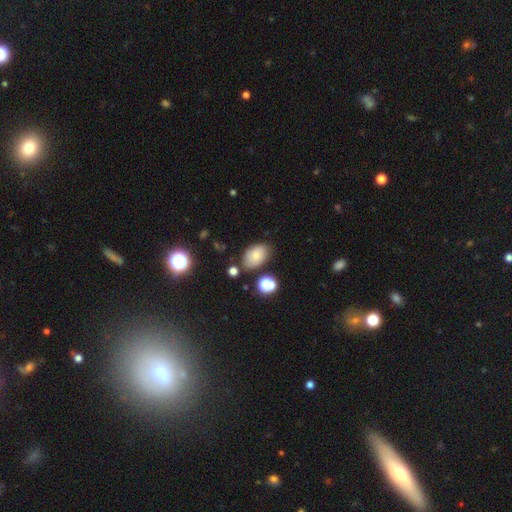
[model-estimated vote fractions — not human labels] Overall: smooth (66%). How rounded: in between (83%). Merging: none (70%).